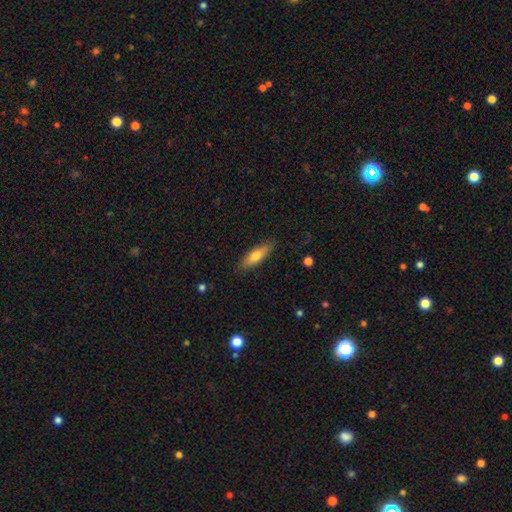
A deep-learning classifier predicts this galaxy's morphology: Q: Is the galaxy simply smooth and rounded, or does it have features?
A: smooth — 69%.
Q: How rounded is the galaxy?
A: cigar-shaped — 53%.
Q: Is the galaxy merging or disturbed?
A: none — 86%.